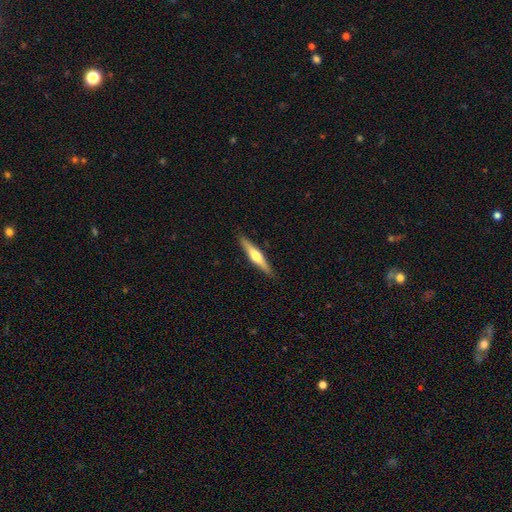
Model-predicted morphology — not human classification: A featured or disk galaxy (61%) viewed edge-on (97%) with a rounded central bulge (89%).

Vote fractions:
- Smooth or featured? featured or disk: 61% / smooth: 34% / star or artifact: 5%
- Edge-on disk? yes: 97% / no: 3%
- Edge-on bulge? rounded: 89% / boxy: 6% / none: 5%
- Merging? none: 91% / minor disturbance: 7% / major disturbance: 1% / merger: 1%